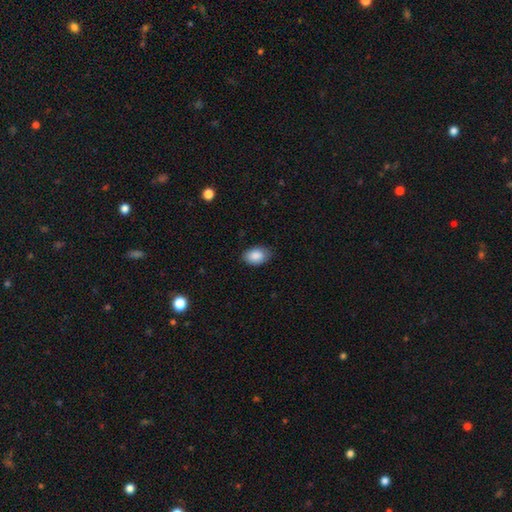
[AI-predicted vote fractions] This is clearly a smooth galaxy (89%). How rounded: clearly in between (86%). Merging: clearly none (83%).